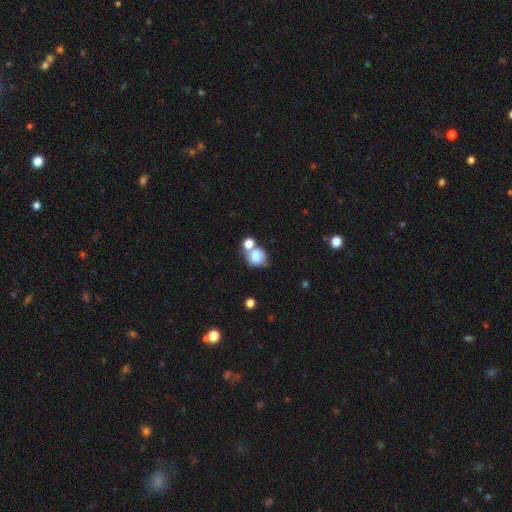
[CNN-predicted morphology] Smooth or featured?
  - smooth: 78% *
  - featured or disk: 12%
  - star or artifact: 10%
How rounded?
  - round: 61% *
  - in between: 38%
  - cigar-shaped: 1%
Merging?
  - merger: 44% *
  - none: 35%
  - minor disturbance: 14%
  - major disturbance: 7%